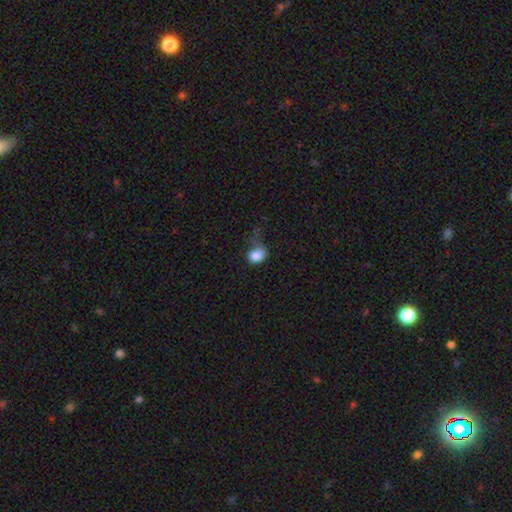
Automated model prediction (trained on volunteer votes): A smooth galaxy with no disk features (82%) that is round (50%).

Vote fractions:
- Smooth or featured? smooth: 82% / star or artifact: 9% / featured or disk: 9%
- How rounded? round: 50% / in between: 49% / cigar-shaped: 1%
- Merging? major disturbance: 37% / none: 29% / minor disturbance: 28% / merger: 5%